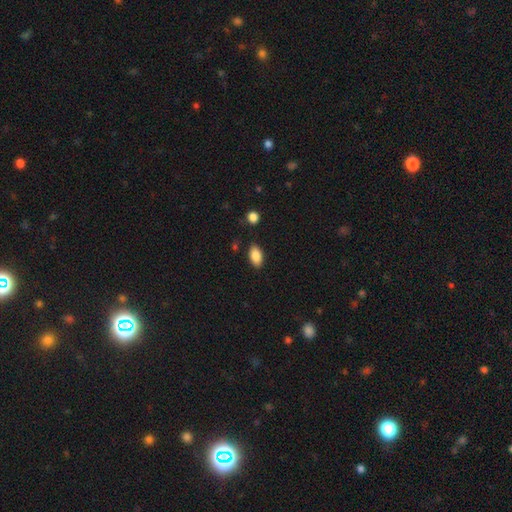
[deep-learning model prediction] This is clearly a smooth galaxy (86%). How rounded: clearly in between (92%). Merging: clearly none (85%).